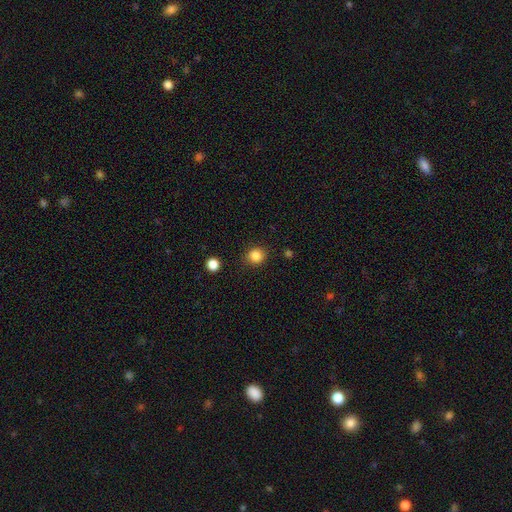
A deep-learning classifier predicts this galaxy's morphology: Smooth or featured: smooth — 85% (star or artifact — 11%)
How rounded: round — 82% (in between — 17%)
Merging: none — 86% (minor disturbance — 9%)